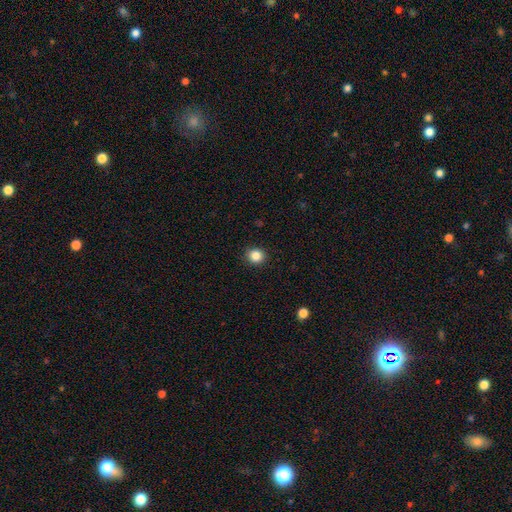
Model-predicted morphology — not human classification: type=smooth (85%); roundness=round (88%); merging=none (92%).